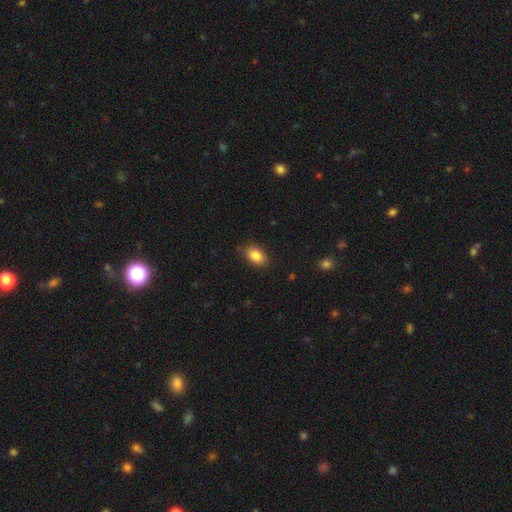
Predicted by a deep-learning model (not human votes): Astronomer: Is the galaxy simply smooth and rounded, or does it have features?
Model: smooth — 86%.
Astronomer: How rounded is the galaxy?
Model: in between — 85%.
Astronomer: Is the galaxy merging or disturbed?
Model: none — 83%.